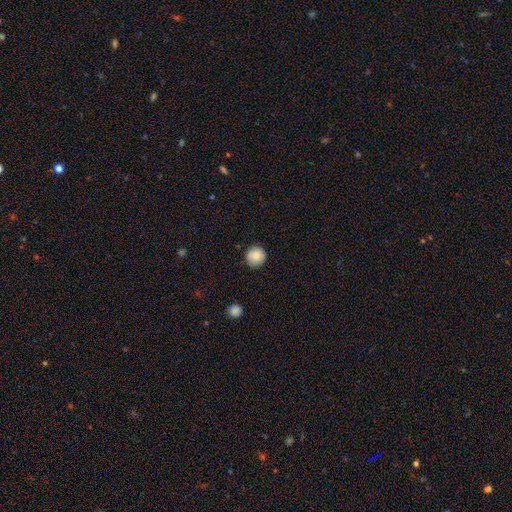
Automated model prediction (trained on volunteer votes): smooth_or_featured: smooth (p=0.85) [alt: star or artifact p=0.08]
how_rounded: round (p=0.94) [alt: in between p=0.05]
merging: none (p=0.87) [alt: minor disturbance p=0.09]